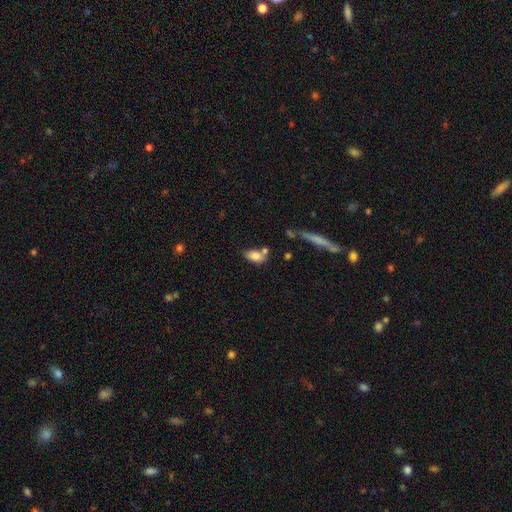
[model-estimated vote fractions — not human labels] A smooth galaxy with no disk features (82%) that is in between round and cigar-shaped (88%). Merging: none (50%).